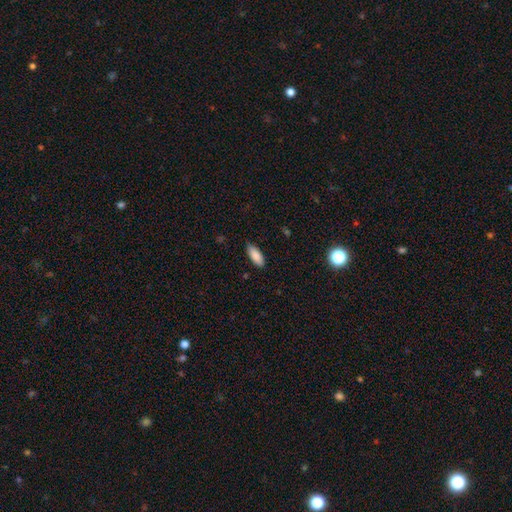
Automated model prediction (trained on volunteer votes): The model was most divided on "how rounded": in between: 79%, cigar-shaped: 19%, round: 2%. More confident: smooth or featured — smooth (88%); merging — none (83%).